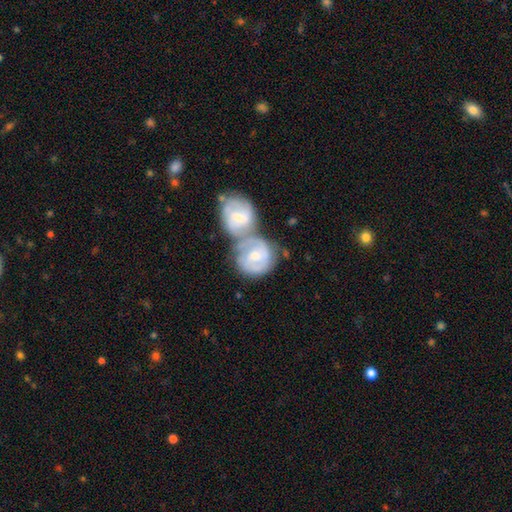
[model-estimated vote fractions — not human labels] This appears to be a featured or disk galaxy (63%) with no bar (50%), spiral arms (78%) and a moderate central bulge (57%). Merging: merger (66%).